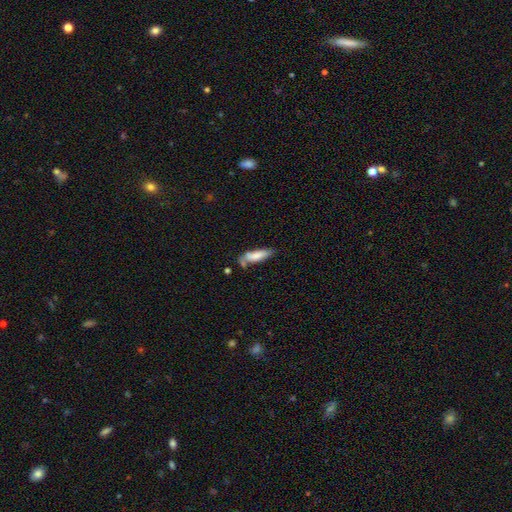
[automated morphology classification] Smooth or featured?
  - smooth: 75% *
  - featured or disk: 19%
  - star or artifact: 7%
How rounded?
  - cigar-shaped: 58% *
  - in between: 40%
  - round: 2%
Merging?
  - none: 49% *
  - minor disturbance: 27%
  - merger: 15%
  - major disturbance: 9%